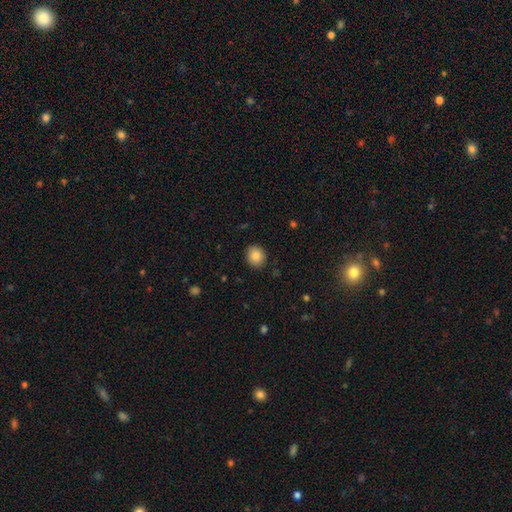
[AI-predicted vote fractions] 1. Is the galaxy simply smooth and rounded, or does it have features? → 86% smooth, 9% star or artifact, 6% featured or disk.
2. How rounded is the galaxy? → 79% round, 20% in between, 1% cigar-shaped.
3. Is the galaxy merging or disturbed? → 89% none, 8% minor disturbance, 2% major disturbance, 1% merger.